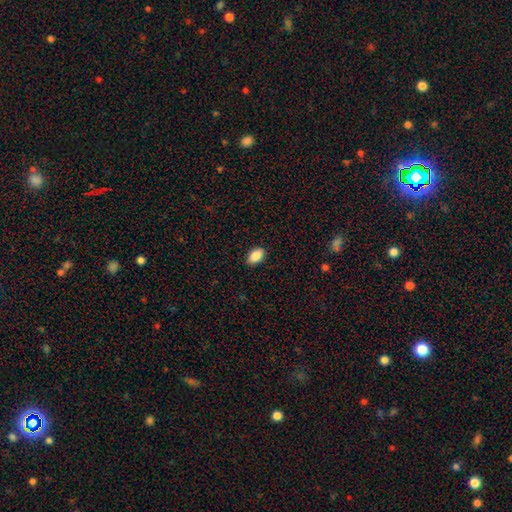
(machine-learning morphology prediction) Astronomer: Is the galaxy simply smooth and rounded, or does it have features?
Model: smooth — 87%.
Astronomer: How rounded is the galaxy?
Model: in between — 92%.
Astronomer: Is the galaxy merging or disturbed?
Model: none — 89%.